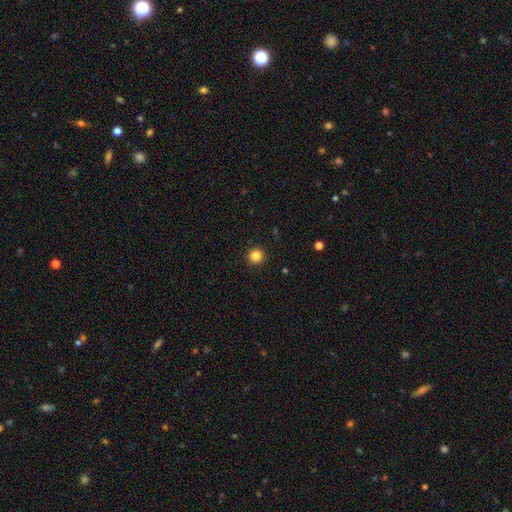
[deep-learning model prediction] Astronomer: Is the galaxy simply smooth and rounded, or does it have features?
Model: smooth — 85%.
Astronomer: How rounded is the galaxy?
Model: round — 94%.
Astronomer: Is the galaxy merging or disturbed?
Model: none — 92%.